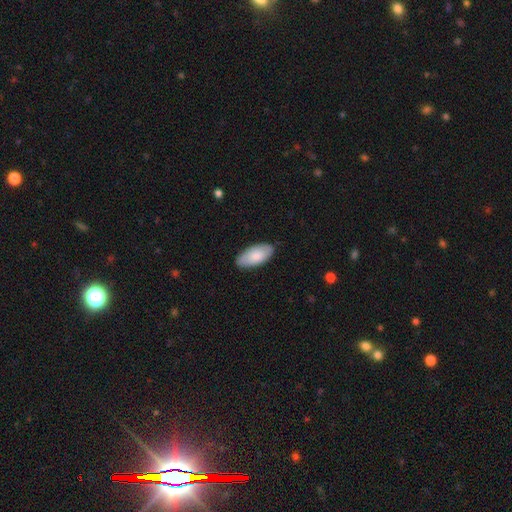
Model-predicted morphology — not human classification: Smooth or featured? smooth (82%)
How rounded? in between (93%)
Merging? none (84%)